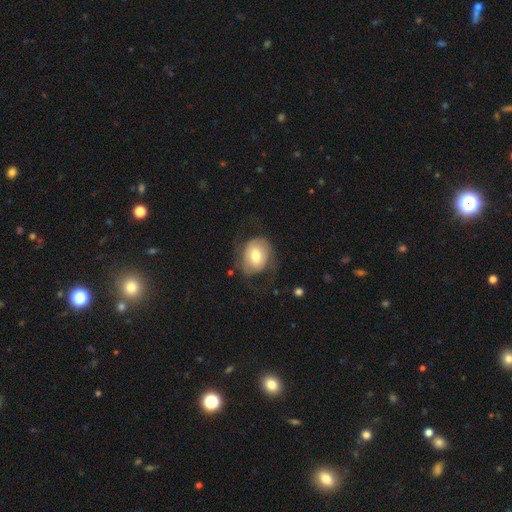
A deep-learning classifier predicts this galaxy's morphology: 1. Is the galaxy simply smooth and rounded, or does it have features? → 52% smooth, 42% featured or disk, 6% star or artifact.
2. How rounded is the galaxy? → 54% in between, 45% round, 1% cigar-shaped.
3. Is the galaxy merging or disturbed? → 54% none, 23% major disturbance, 21% minor disturbance, 2% merger.